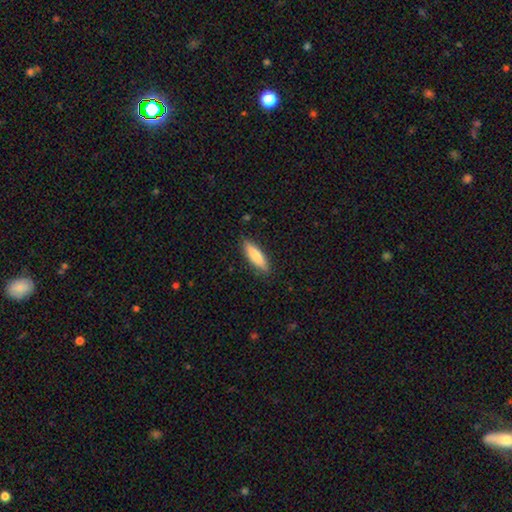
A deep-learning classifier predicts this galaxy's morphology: Smooth or featured? smooth (79%)
How rounded? cigar-shaped (63%)
Merging? none (87%)